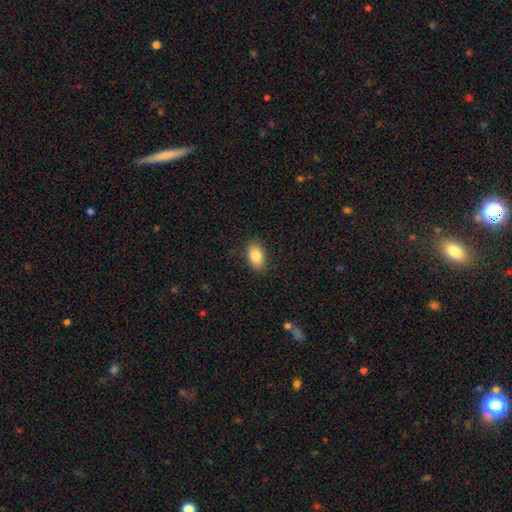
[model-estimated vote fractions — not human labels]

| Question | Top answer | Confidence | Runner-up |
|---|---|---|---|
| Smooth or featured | smooth | 85% | featured or disk (8%) |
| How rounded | in between | 90% | round (8%) |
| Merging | none | 86% | minor disturbance (11%) |